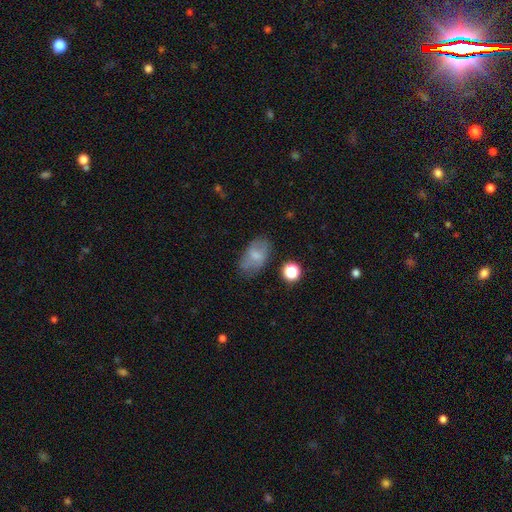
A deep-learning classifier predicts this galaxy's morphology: Overall: smooth (67%). How rounded: in between (91%). Merging: none (66%).